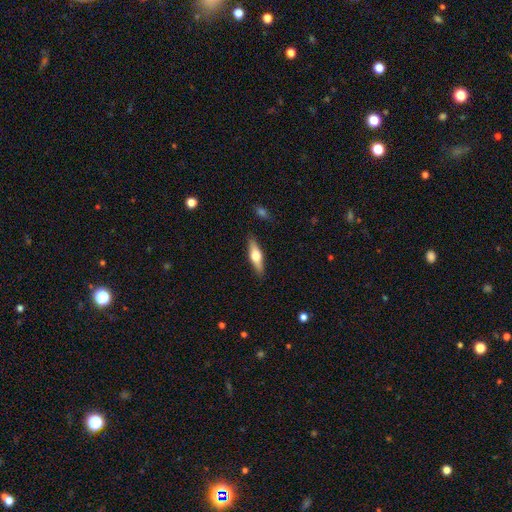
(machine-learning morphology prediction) smooth_or_featured: featured or disk (p=0.48) [alt: smooth p=0.46]
merging: none (p=0.88) [alt: minor disturbance p=0.09]